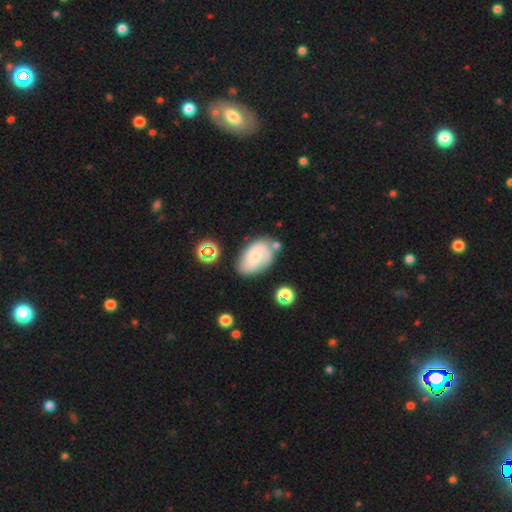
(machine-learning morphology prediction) smooth_or_featured: smooth (p=0.46) [alt: featured or disk p=0.44]
merging: none (p=0.59) [alt: minor disturbance p=0.23]